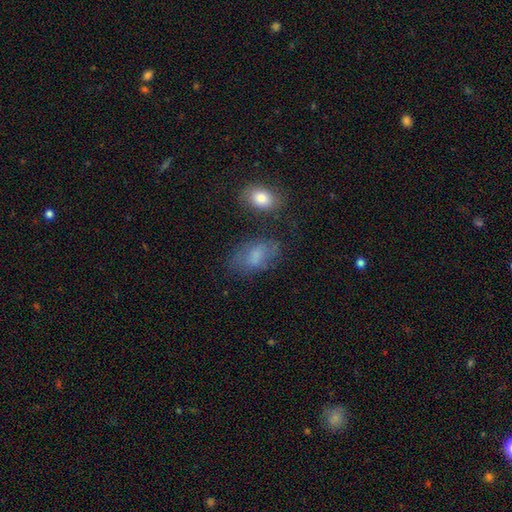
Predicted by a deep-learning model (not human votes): smooth_or_featured: smooth (p=0.65) [alt: featured or disk p=0.24]
how_rounded: in between (p=0.89) [alt: round p=0.09]
merging: none (p=0.57) [alt: minor disturbance p=0.24]